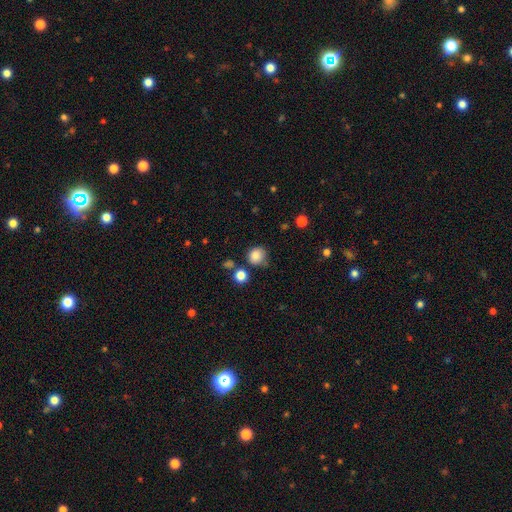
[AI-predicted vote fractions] Smooth or featured? smooth (85%)
How rounded? round (85%)
Merging? none (68%)